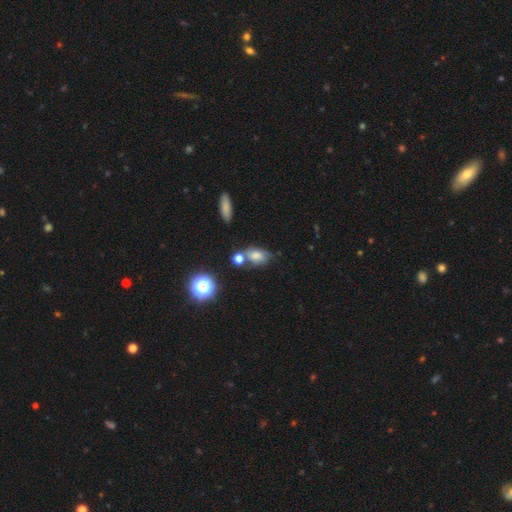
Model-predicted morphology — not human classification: Overall: smooth (70%). How rounded: in between (78%). Merging: none (54%; minor disturbance 20%).